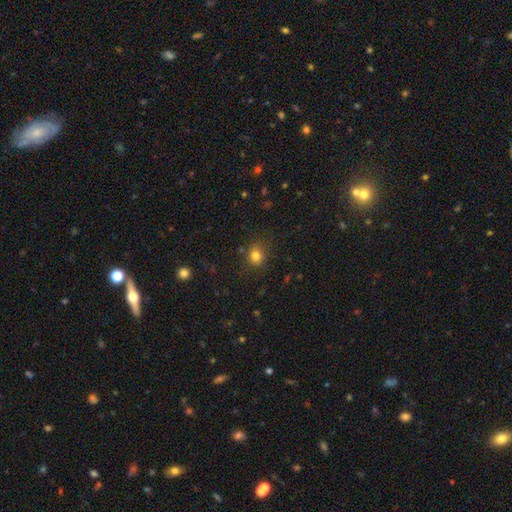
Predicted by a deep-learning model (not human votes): smooth-or-featured: smooth: 80% | star or artifact: 14% | featured or disk: 6%
  how-rounded: round: 72% | in between: 27% | cigar-shaped: 1%
  merging: none: 80% | minor disturbance: 14% | major disturbance: 4% | merger: 2%